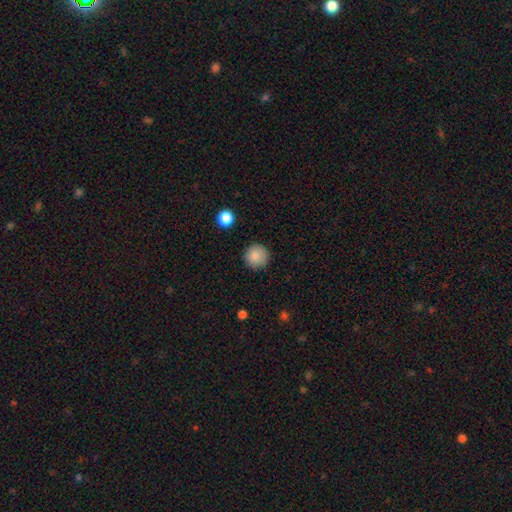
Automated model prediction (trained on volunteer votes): Smooth or featured? smooth (87%)
How rounded? round (96%)
Merging? none (90%)